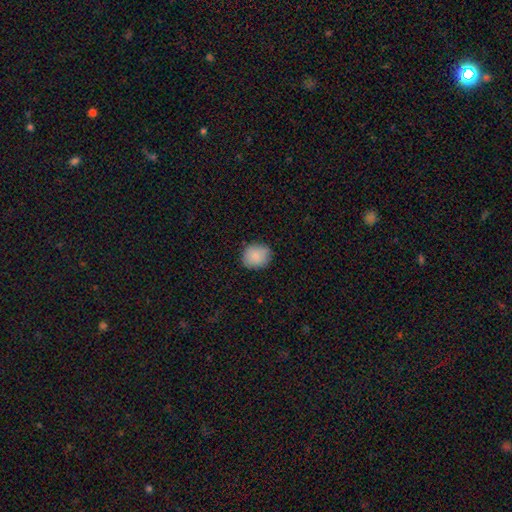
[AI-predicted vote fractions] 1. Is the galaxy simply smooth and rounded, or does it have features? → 88% smooth, 8% star or artifact, 4% featured or disk.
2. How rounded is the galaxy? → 73% round, 26% in between, 1% cigar-shaped.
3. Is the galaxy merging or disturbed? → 83% none, 13% minor disturbance, 3% major disturbance, 1% merger.